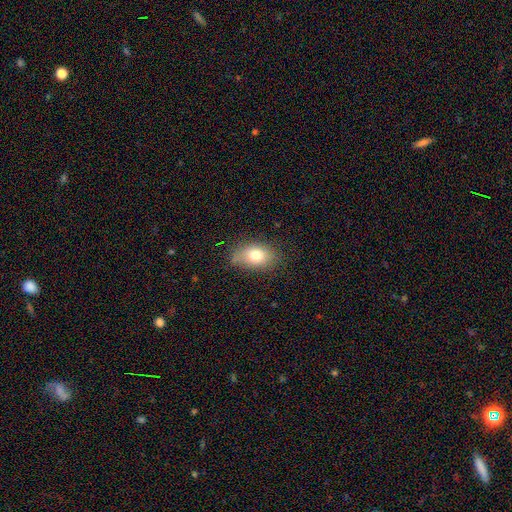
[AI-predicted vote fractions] Q: Smooth or featured?
A: smooth (76%); runner-up: featured or disk (14%)
Q: How rounded?
A: in between (83%); runner-up: round (15%)
Q: Merging?
A: none (74%); runner-up: minor disturbance (19%)